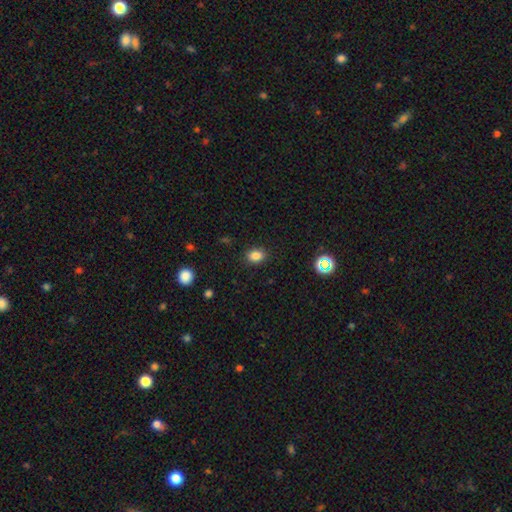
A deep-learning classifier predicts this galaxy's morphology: type=smooth (83%); roundness=in between (61%); merging=none (88%).